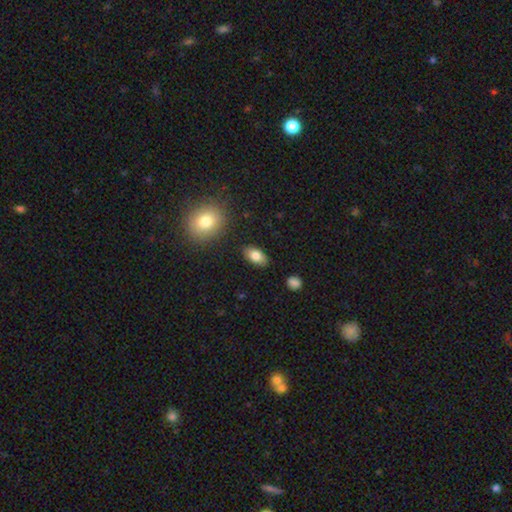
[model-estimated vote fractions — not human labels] Smooth or featured?
  - smooth: 81% *
  - featured or disk: 11%
  - star or artifact: 8%
How rounded?
  - in between: 91% *
  - round: 5%
  - cigar-shaped: 3%
Merging?
  - none: 86% *
  - minor disturbance: 10%
  - major disturbance: 2%
  - merger: 2%